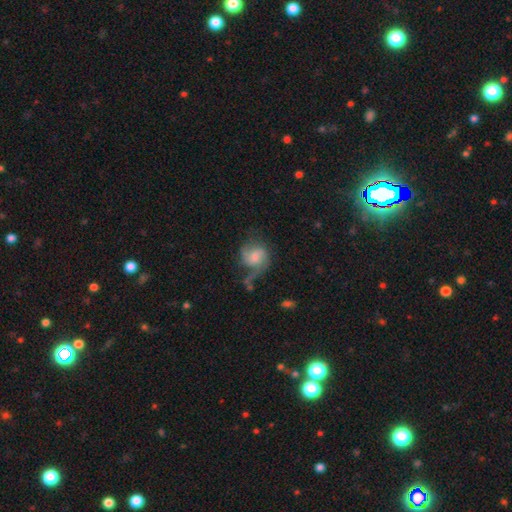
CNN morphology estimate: Smooth or featured? featured or disk (58%)
Edge-on disk? no (97%)
Bar? no (54%)
Spiral arms? yes (85%)
Bulge size? moderate (42%)
Merging? none (44%)